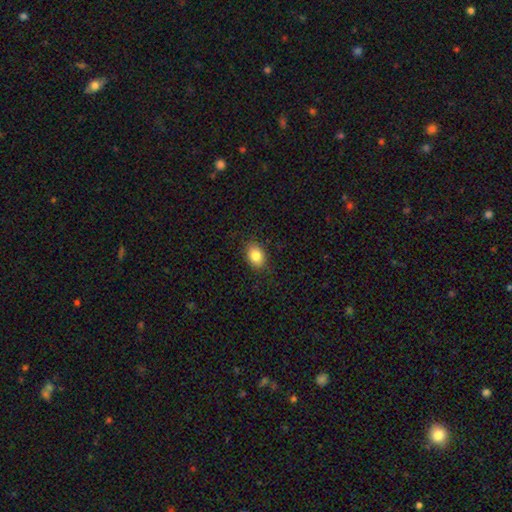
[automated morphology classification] Smooth or featured? smooth (84%)
How rounded? in between (76%)
Merging? none (86%)